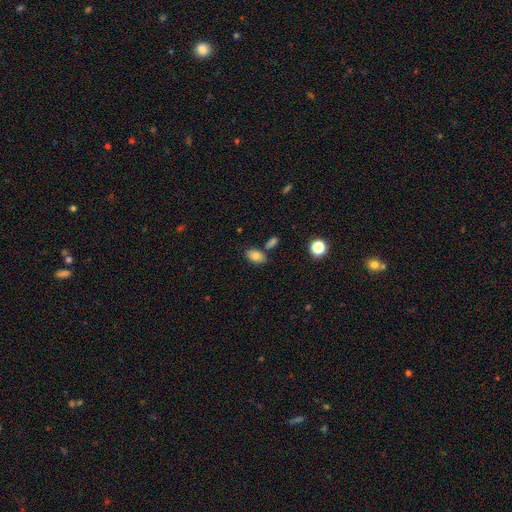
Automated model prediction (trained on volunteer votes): Smooth or featured: smooth — 82% (star or artifact — 9%)
How rounded: in between — 90% (round — 9%)
Merging: none — 71% (merger — 13%)